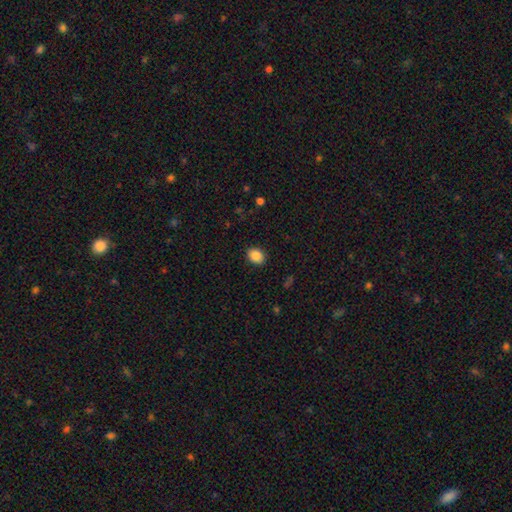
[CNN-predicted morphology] This is clearly a smooth galaxy (87%). How rounded: possibly in between (57%). Merging: clearly none (89%).